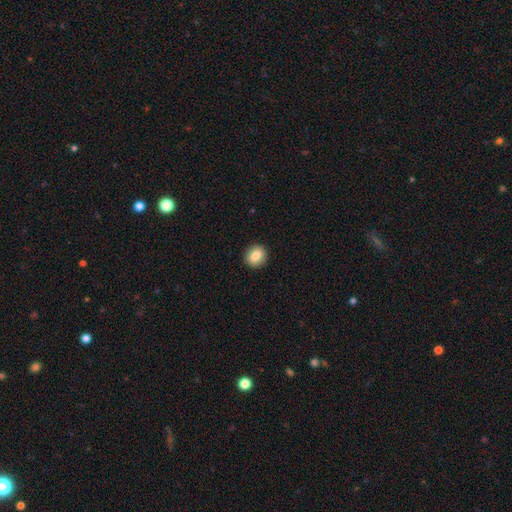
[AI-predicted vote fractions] Smooth or featured? Predicted: smooth (p=0.83). How rounded? Predicted: round (p=0.86). Merging? Predicted: none (p=0.92).